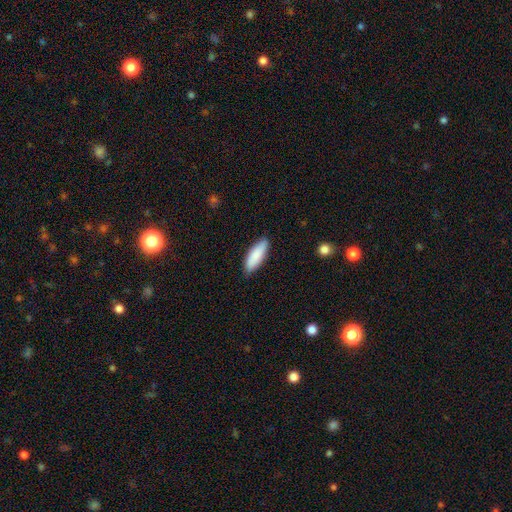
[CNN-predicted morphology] Overall: smooth (86%). How rounded: in between (64%; cigar-shaped 35%). Merging: none (85%).